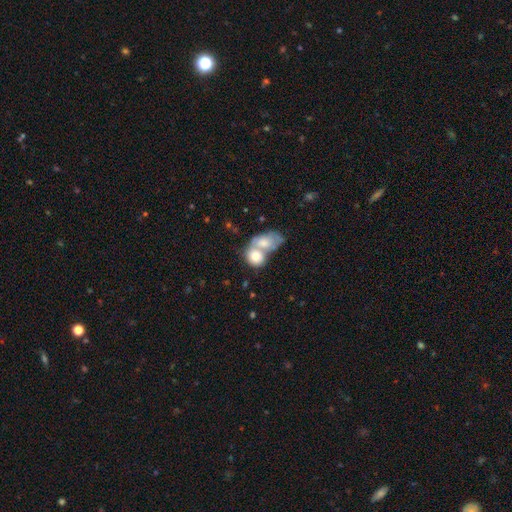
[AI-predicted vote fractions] Morphology: type=smooth (75%); roundness=in between (59%); merging=merger (72%).